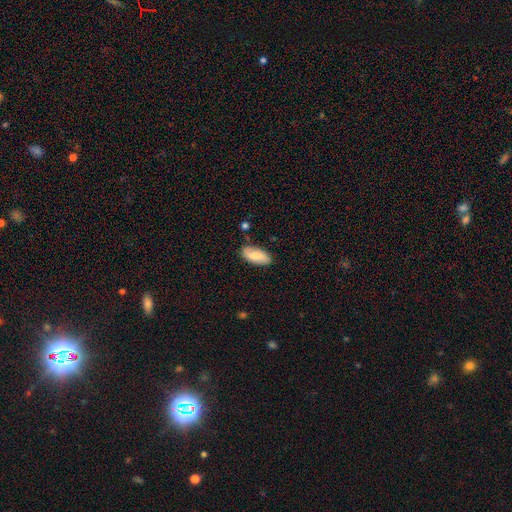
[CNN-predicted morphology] Smooth or featured: smooth — 69% (featured or disk — 25%)
How rounded: in between — 89% (cigar-shaped — 8%)
Merging: none — 80% (minor disturbance — 15%)